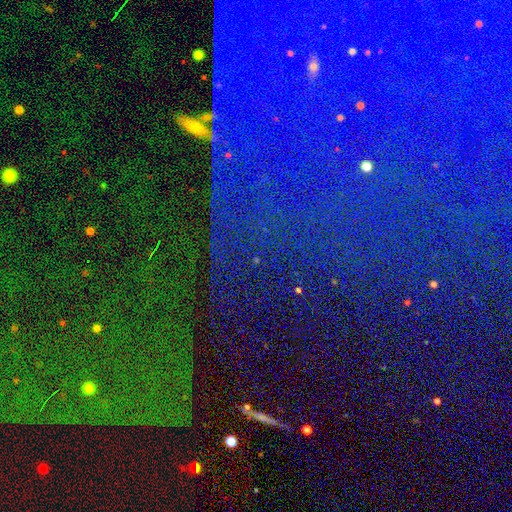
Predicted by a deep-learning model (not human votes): A star or artifact, not a galaxy (85%).